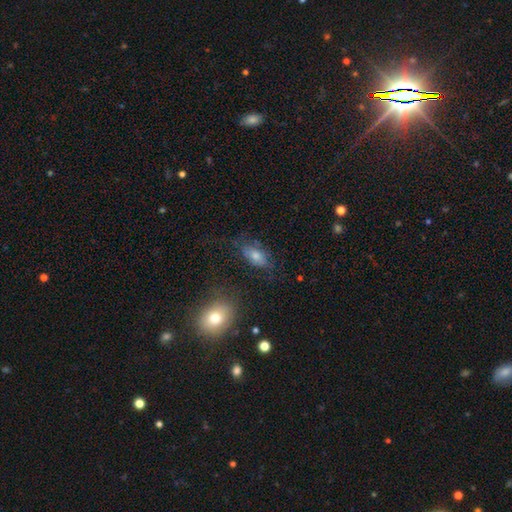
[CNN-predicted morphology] smooth-or-featured: smooth: 52% | featured or disk: 31% | star or artifact: 16%
  how-rounded: in between: 84% | round: 9% | cigar-shaped: 6%
  merging: none: 64% | minor disturbance: 20% | major disturbance: 13% | merger: 3%